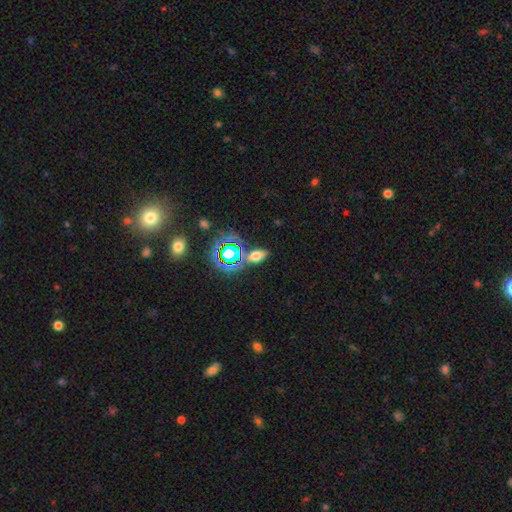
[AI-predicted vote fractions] Overall: smooth (59%; star or artifact 29%). How rounded: in between (83%). Merging: none (79%).